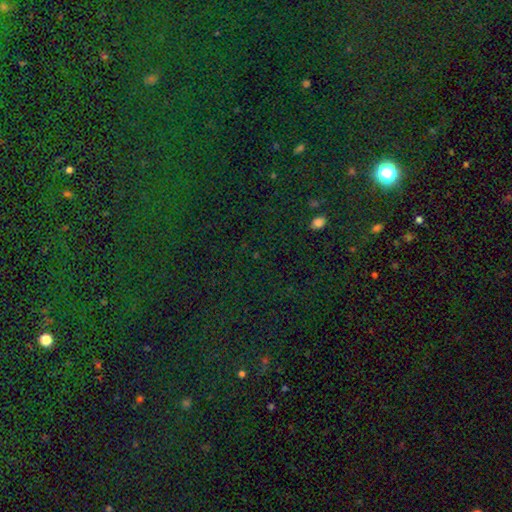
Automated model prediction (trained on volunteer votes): Smooth or featured: star or artifact — 78% (smooth — 14%)